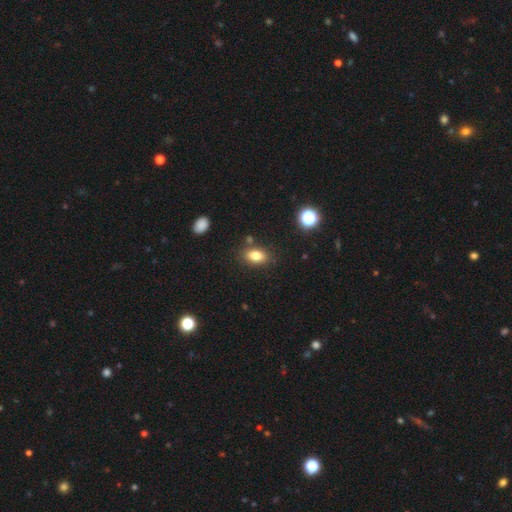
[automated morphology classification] This appears to be a smooth galaxy with no disk features (80%) that is in between round and cigar-shaped (84%). Merging: none (81%).